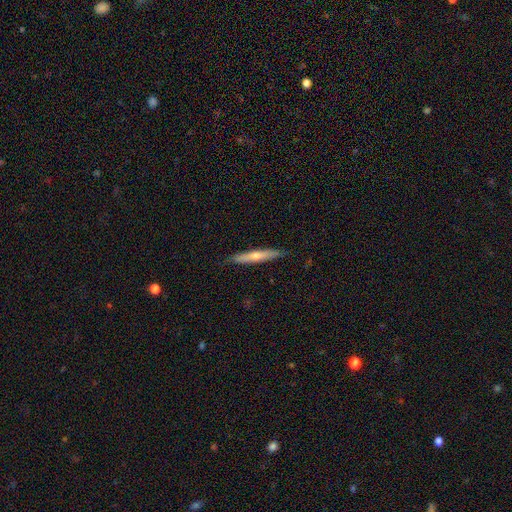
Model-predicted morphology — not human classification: This appears to be a smooth galaxy with no disk features (48%). Merging: none (88%).